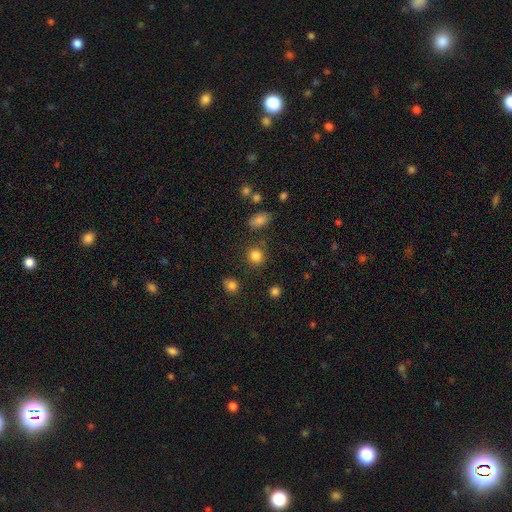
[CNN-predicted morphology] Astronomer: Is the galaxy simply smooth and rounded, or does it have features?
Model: smooth — 84%.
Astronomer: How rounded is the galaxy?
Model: round — 85%.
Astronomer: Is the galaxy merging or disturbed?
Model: none — 83%.